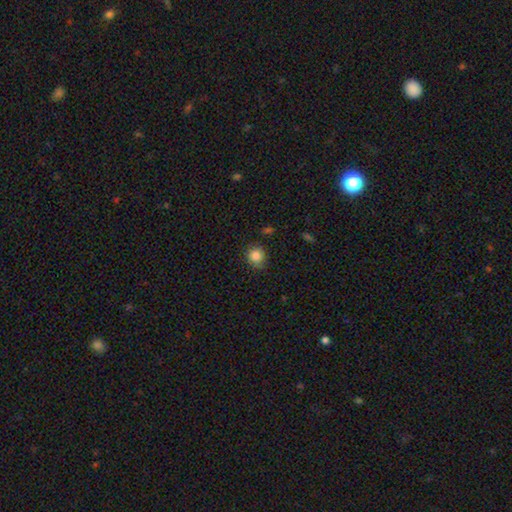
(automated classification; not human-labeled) Smooth or featured? smooth (85%)
How rounded? round (89%)
Merging? none (78%)